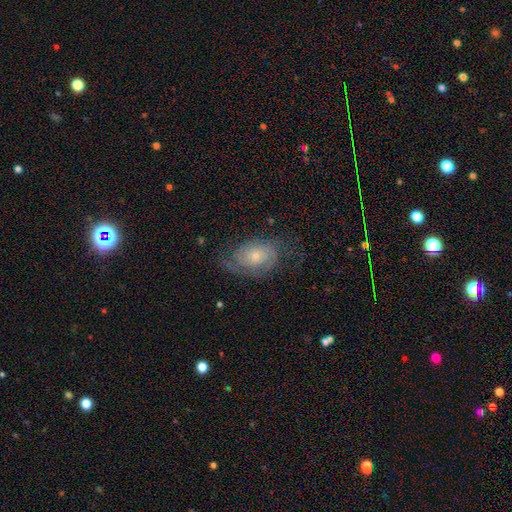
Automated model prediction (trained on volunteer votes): smooth_or_featured: featured or disk (p=0.67) [alt: smooth p=0.26]
disk_edge_on: no (p=0.96) [alt: yes p=0.04]
bar: no (p=0.80) [alt: weak p=0.17]
has_spiral_arms: yes (p=0.85) [alt: no p=0.15]
spiral_winding: tight (p=0.48) [alt: medium p=0.35]
spiral_arm_count: 2 (p=0.42) [alt: can't tell p=0.34]
bulge_size: small (p=0.64) [alt: moderate p=0.29]
merging: none (p=0.58) [alt: minor disturbance p=0.24]